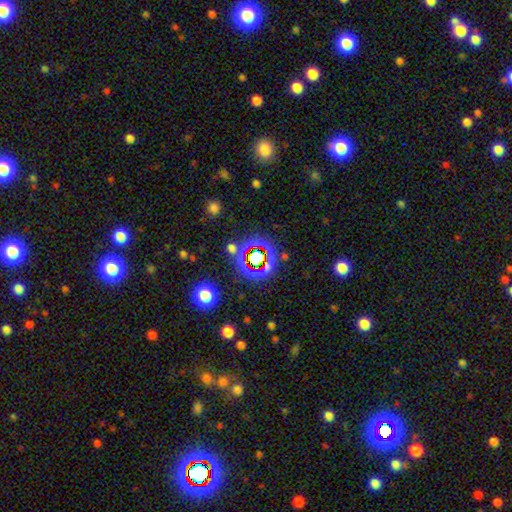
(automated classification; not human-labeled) A star or artifact, not a galaxy (66%).